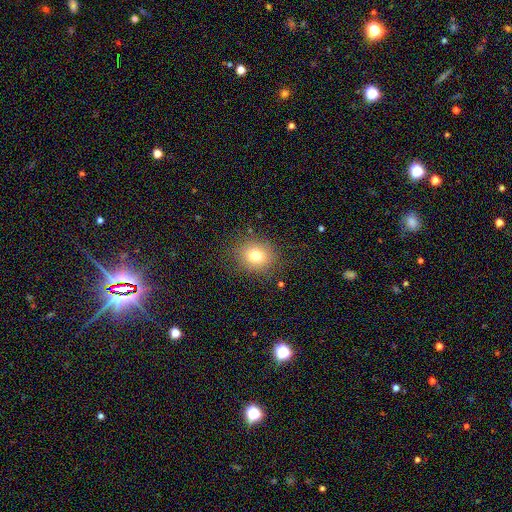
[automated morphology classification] A smooth galaxy with no disk features (77%) that is round (66%).

Vote fractions:
- Smooth or featured? smooth: 77% / star or artifact: 13% / featured or disk: 10%
- How rounded? round: 66% / in between: 33% / cigar-shaped: 1%
- Merging? none: 84% / minor disturbance: 10% / major disturbance: 4% / merger: 1%